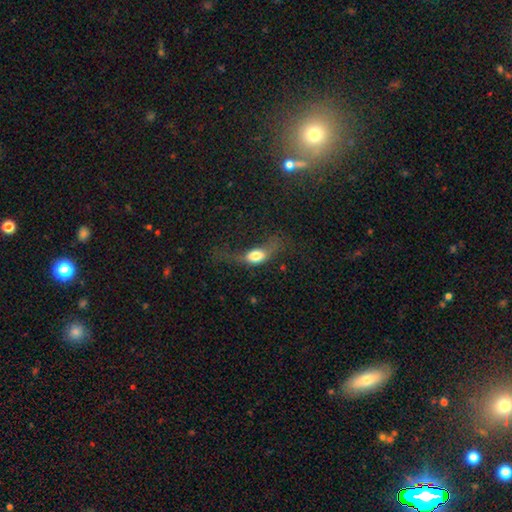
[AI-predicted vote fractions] Q: Smooth or featured?
A: smooth (66%); runner-up: featured or disk (24%)
Q: How rounded?
A: in between (76%); runner-up: round (13%)
Q: Merging?
A: major disturbance (47%); runner-up: none (26%)